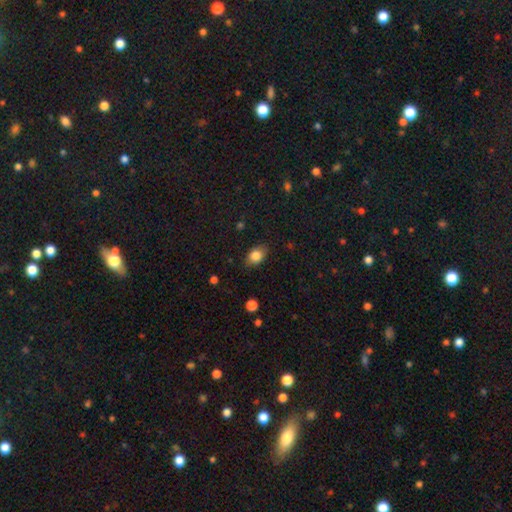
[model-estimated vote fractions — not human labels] A smooth galaxy with no disk features (84%) that is in between round and cigar-shaped (78%).

Vote fractions:
- Smooth or featured? smooth: 84% / star or artifact: 9% / featured or disk: 8%
- How rounded? in between: 78% / round: 20% / cigar-shaped: 2%
- Merging? none: 82% / minor disturbance: 14% / major disturbance: 3% / merger: 1%